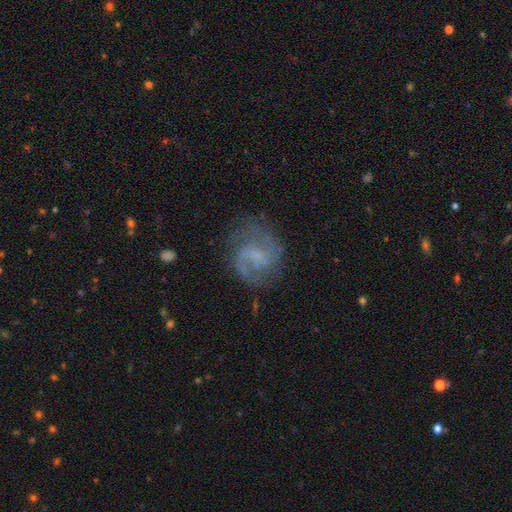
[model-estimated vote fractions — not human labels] Q: Smooth or featured?
A: featured or disk (80%); runner-up: smooth (12%)
Q: Edge-on disk?
A: no (98%); runner-up: yes (2%)
Q: Bar?
A: weak (54%); runner-up: no (32%)
Q: Spiral arms?
A: yes (95%); runner-up: no (5%)
Q: Spiral winding?
A: medium (52%); runner-up: loose (24%)
Q: Spiral arm count?
A: 2 (83%); runner-up: can't tell (7%)
Q: Bulge size?
A: small (48%); runner-up: none (32%)
Q: Merging?
A: none (74%); runner-up: minor disturbance (16%)